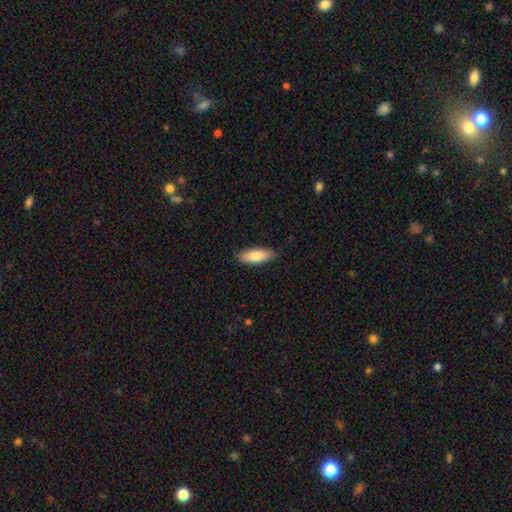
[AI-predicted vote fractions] Smooth or featured? smooth (81%)
How rounded? in between (64%)
Merging? none (88%)